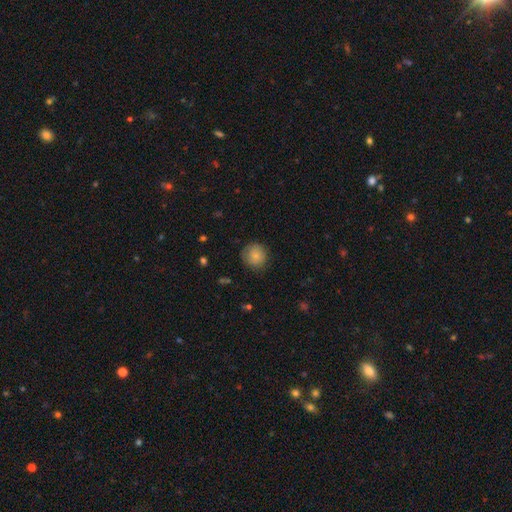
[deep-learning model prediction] A smooth galaxy with no disk features (84%) that is round (91%). Merging: none (80%).